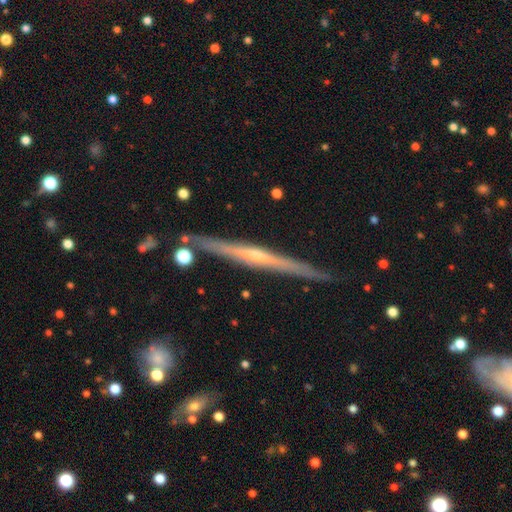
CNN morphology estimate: Smooth or featured: featured or disk — 80% (smooth — 14%)
Edge-on disk: yes — 98% (no — 2%)
Edge-on bulge: rounded — 55% (none — 39%)
Merging: none — 89% (minor disturbance — 8%)